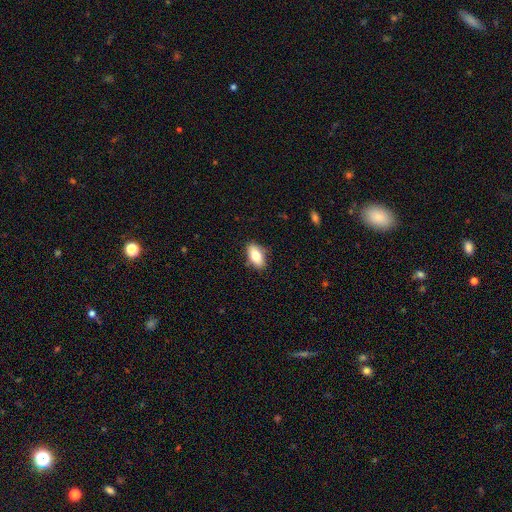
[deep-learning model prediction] This appears to be a smooth galaxy with no disk features (79%) that is in between round and cigar-shaped (90%). Merging: none (83%).